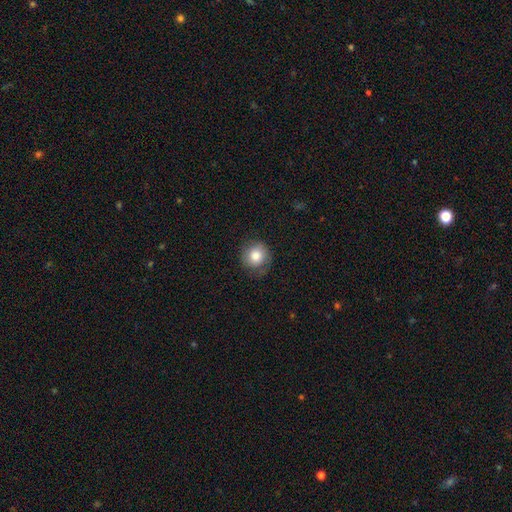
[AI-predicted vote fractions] Smooth or featured? smooth (80%)
How rounded? round (87%)
Merging? none (72%)